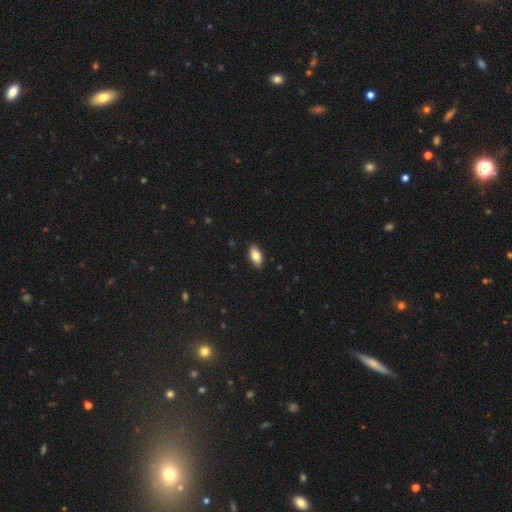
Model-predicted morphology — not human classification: smooth_or_featured: smooth (p=0.84) [alt: featured or disk p=0.09]
how_rounded: in between (p=0.91) [alt: cigar-shaped p=0.06]
merging: none (p=0.90) [alt: minor disturbance p=0.08]